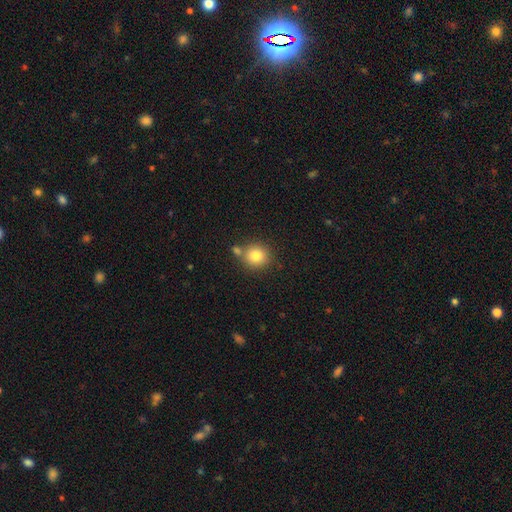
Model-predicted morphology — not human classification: This appears to be a smooth galaxy with no disk features (81%) that is round (88%). Merging: none (69%).